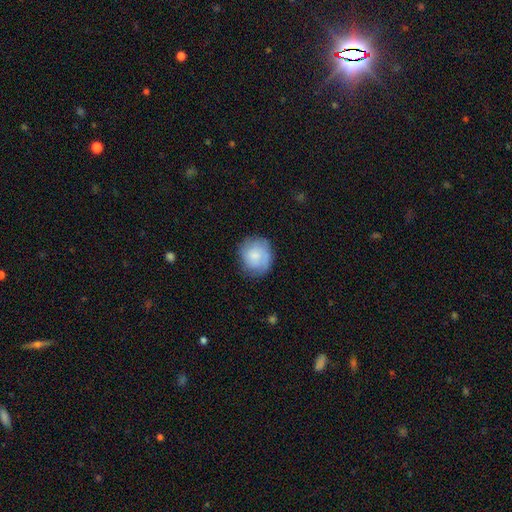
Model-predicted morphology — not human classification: smooth 68%, featured or disk 25%, star or artifact 7%. Down the decision tree: how rounded — round (81%); merging — none (75%).